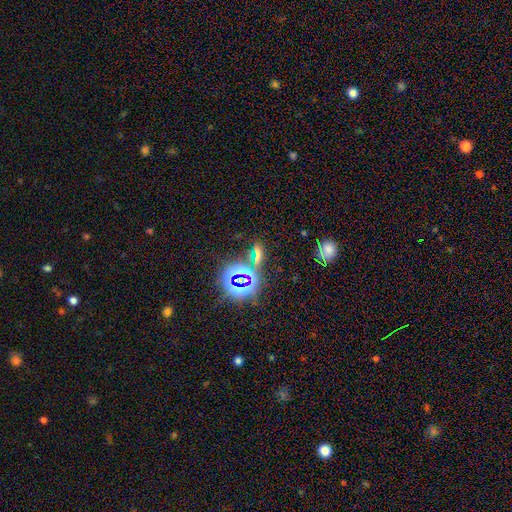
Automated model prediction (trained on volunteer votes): Smooth or featured? Predicted: star or artifact (p=0.64).